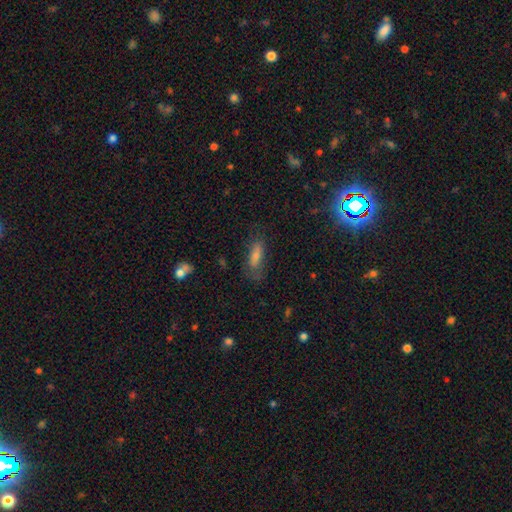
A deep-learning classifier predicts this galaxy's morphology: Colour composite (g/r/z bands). It shows a smooth galaxy with no disk features (57%) that is in between round and cigar-shaped (55%). Merging: none (66%).